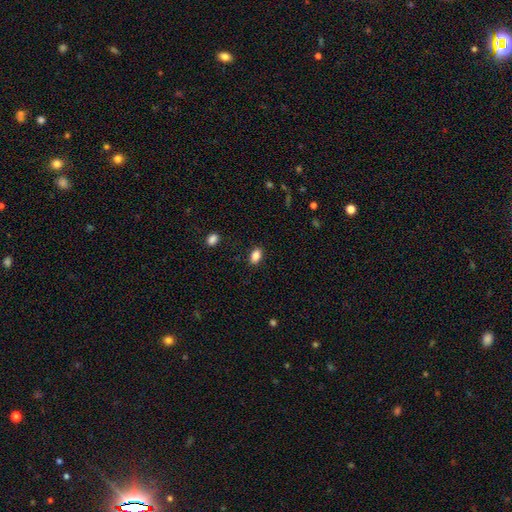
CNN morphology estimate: Smooth or featured? smooth (85%)
How rounded? in between (86%)
Merging? none (87%)